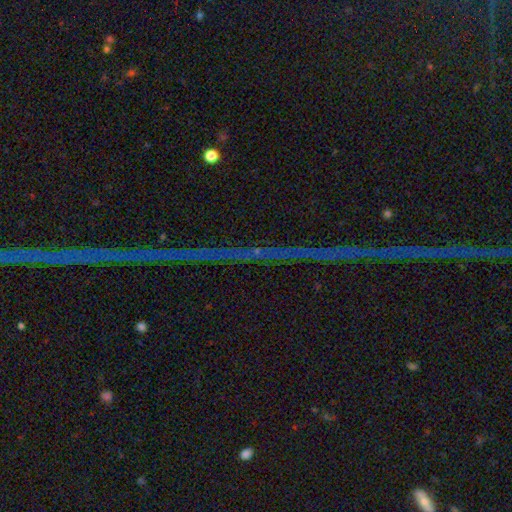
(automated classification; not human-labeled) This appears to be a star or artifact, not a galaxy (82%).